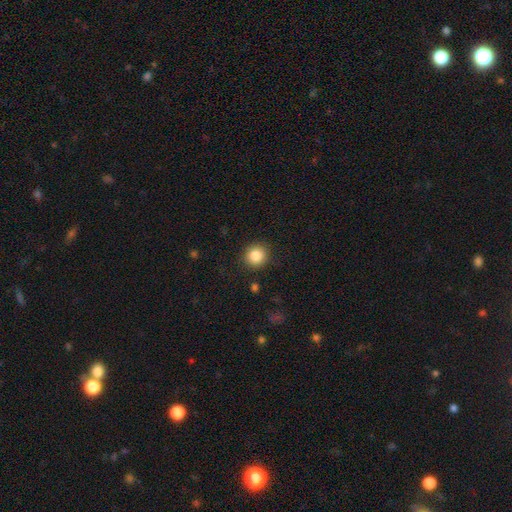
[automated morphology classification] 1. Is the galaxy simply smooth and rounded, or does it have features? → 85% smooth, 10% star or artifact, 5% featured or disk.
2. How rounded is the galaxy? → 90% round, 9% in between, 1% cigar-shaped.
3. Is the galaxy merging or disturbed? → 89% none, 7% minor disturbance, 2% major disturbance, 1% merger.